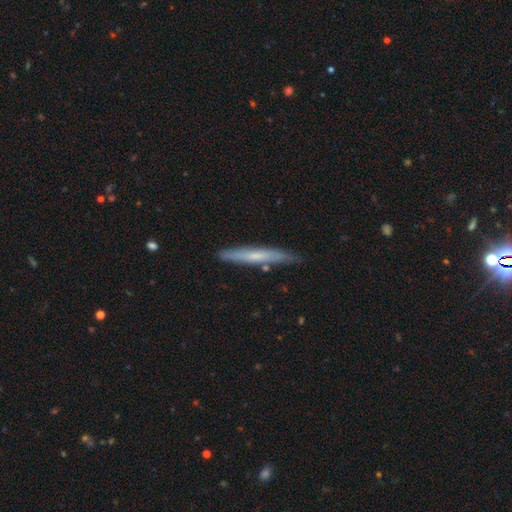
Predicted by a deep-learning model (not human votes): Overall: smooth (52%; featured or disk 42%). How rounded: cigar-shaped (96%). Merging: none (83%).